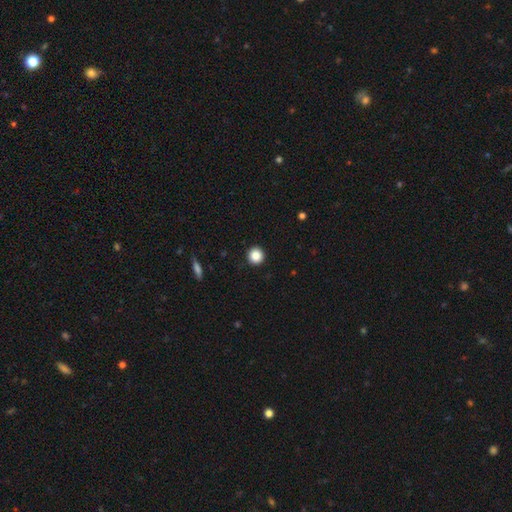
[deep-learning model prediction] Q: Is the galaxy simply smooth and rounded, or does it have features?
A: smooth — 87%.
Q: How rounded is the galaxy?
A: round — 95%.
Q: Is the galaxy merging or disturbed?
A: none — 93%.